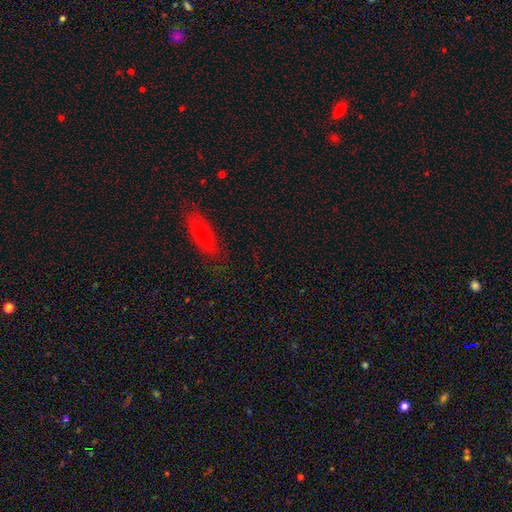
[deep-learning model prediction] smooth-or-featured: smooth: 44% | star or artifact: 42% | featured or disk: 14%
  merging: none: 81% | minor disturbance: 11% | major disturbance: 5% | merger: 3%